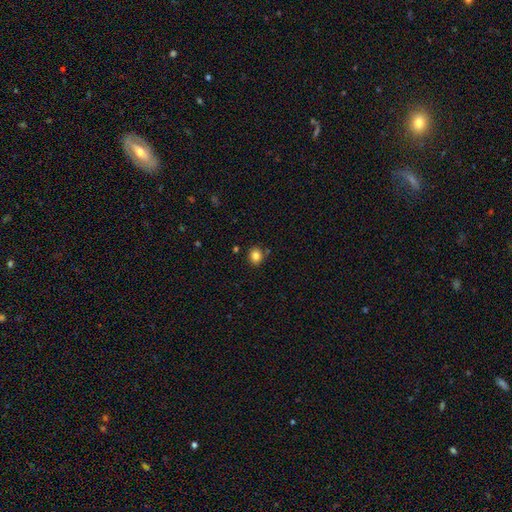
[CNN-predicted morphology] Q: Smooth or featured?
A: smooth (83%); runner-up: star or artifact (11%)
Q: How rounded?
A: round (76%); runner-up: in between (23%)
Q: Merging?
A: none (84%); runner-up: minor disturbance (9%)